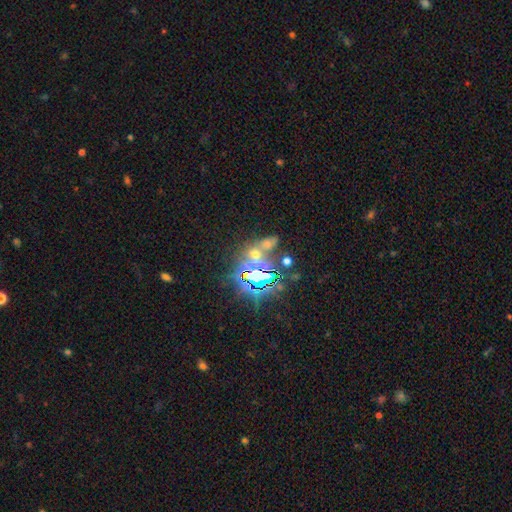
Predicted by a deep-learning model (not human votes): This is possibly a star or artifact rather than a galaxy (59%).